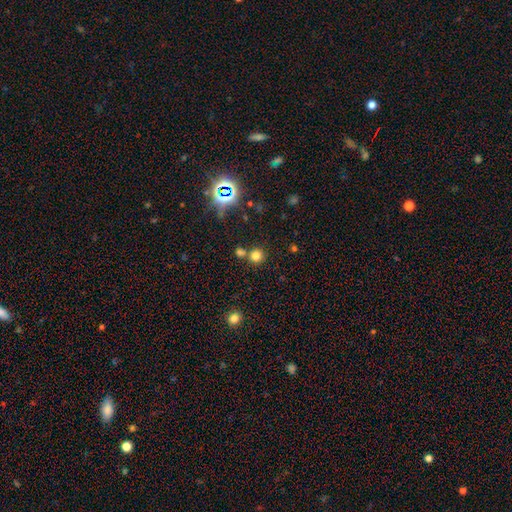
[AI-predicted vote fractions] Morphology: type=smooth (75%); roundness=round (92%); merging=none (67%).